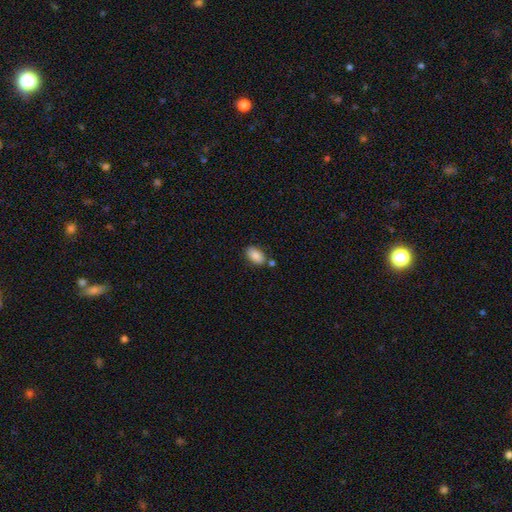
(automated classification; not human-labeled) Smooth or featured: smooth — 85% (featured or disk — 8%)
How rounded: in between — 92% (round — 6%)
Merging: none — 76% (minor disturbance — 13%)